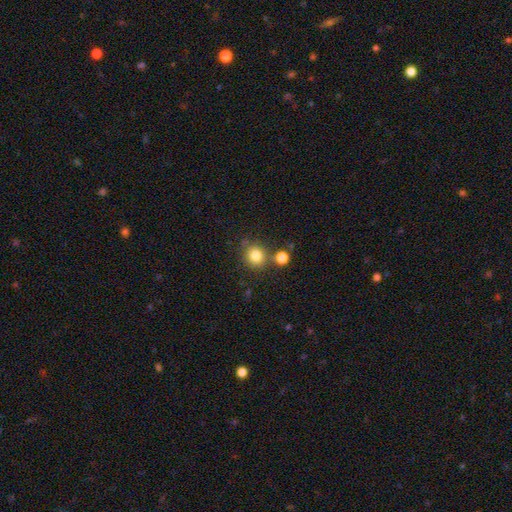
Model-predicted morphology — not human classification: A smooth galaxy with no disk features (82%) that is round (86%). Merging: none (71%).